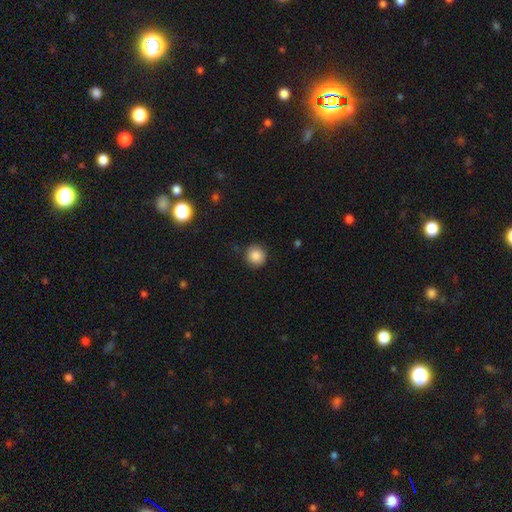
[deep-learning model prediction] Smooth or featured? Predicted: smooth (p=0.86). How rounded? Predicted: round (p=0.93). Merging? Predicted: none (p=0.88).